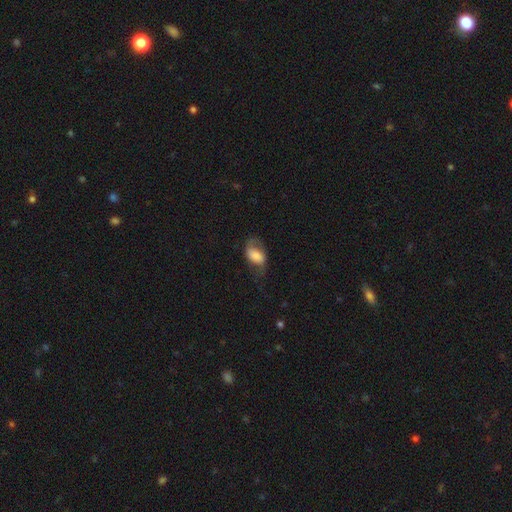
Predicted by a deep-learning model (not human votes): Smooth or featured?
  - smooth: 58% *
  - featured or disk: 34%
  - star or artifact: 8%
How rounded?
  - in between: 86% *
  - round: 12%
  - cigar-shaped: 2%
Merging?
  - none: 45% *
  - minor disturbance: 28%
  - major disturbance: 26%
  - merger: 2%